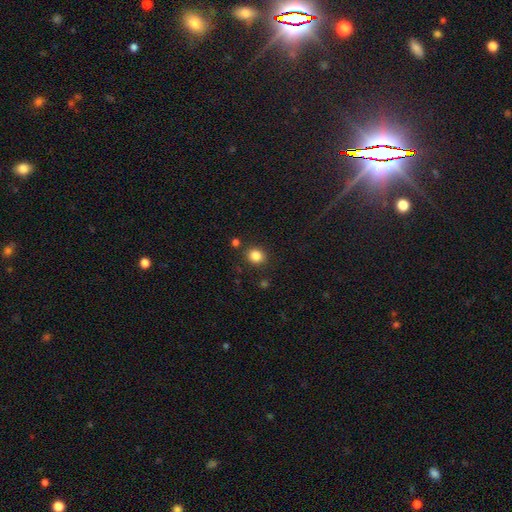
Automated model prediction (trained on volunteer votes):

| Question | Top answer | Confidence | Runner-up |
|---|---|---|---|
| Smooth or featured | smooth | 84% | star or artifact (11%) |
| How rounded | round | 77% | in between (22%) |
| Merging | none | 87% | minor disturbance (7%) |